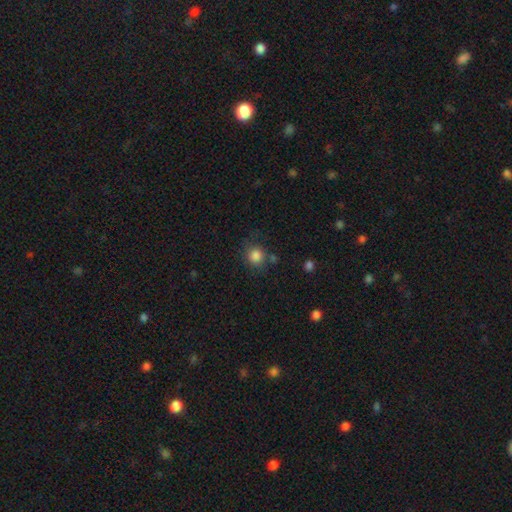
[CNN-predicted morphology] smooth-or-featured: smooth: 84% | star or artifact: 10% | featured or disk: 5%
  how-rounded: round: 87% | in between: 12% | cigar-shaped: 1%
  merging: none: 71% | minor disturbance: 16% | merger: 7% | major disturbance: 7%